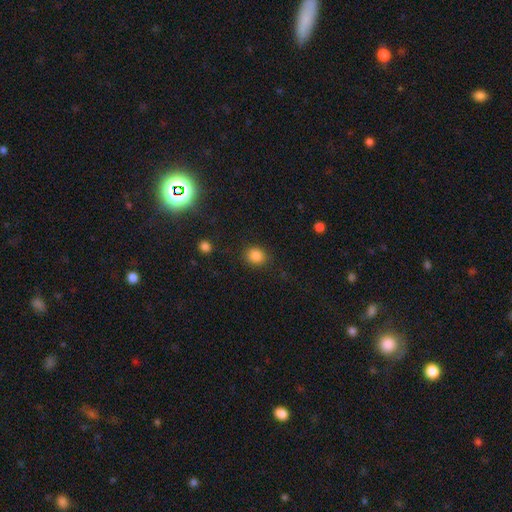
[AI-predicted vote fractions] Morphology: type=smooth (85%); roundness=round (78%); merging=none (86%).